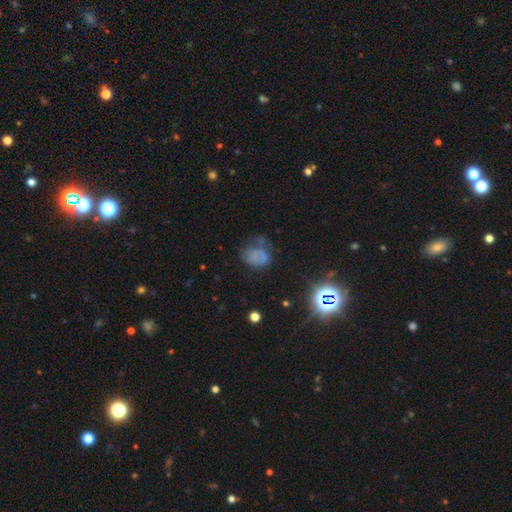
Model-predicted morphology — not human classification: This is possibly a smooth galaxy (59%). How rounded: possibly in between (53%). Merging: marginally none (44%).